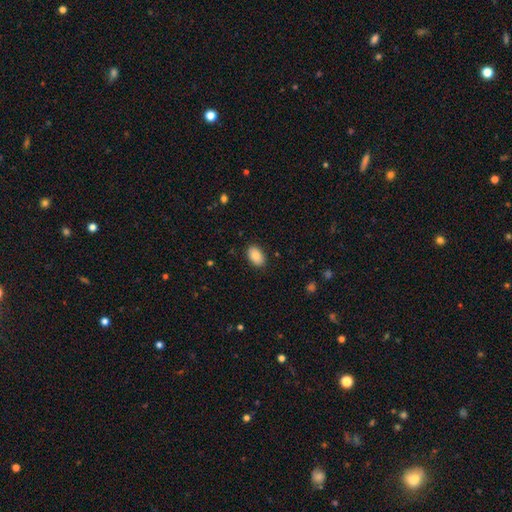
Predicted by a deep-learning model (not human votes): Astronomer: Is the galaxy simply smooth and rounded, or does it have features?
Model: smooth — 86%.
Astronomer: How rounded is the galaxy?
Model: in between — 91%.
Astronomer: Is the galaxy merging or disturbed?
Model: none — 88%.